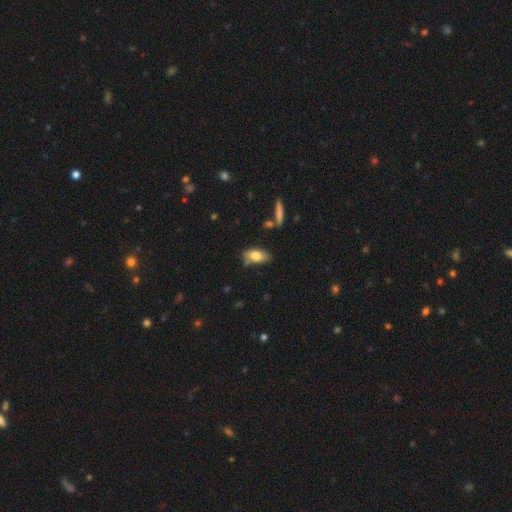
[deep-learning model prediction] Smooth or featured: smooth — 76% (featured or disk — 17%)
How rounded: in between — 86% (cigar-shaped — 10%)
Merging: none — 68% (minor disturbance — 21%)